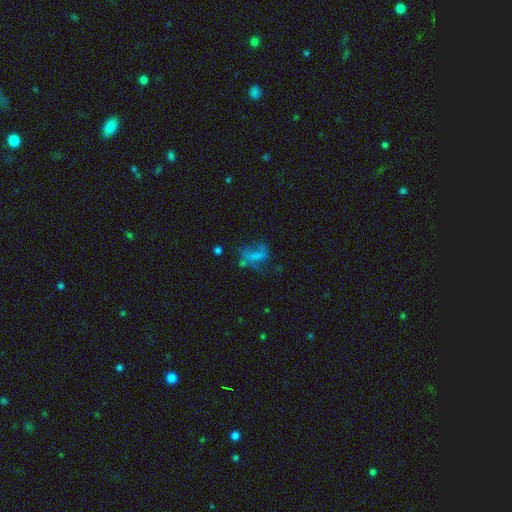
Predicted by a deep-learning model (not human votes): Morphology: type=smooth (46%); merging=major disturbance (36%).